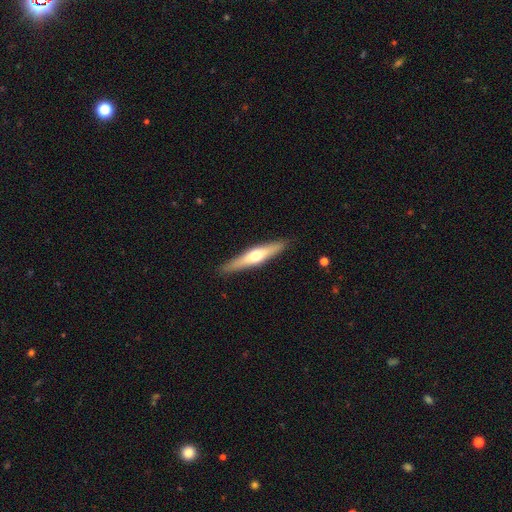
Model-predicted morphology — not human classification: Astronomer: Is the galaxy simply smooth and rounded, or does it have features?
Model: featured or disk — 57% (runner-up: smooth, 38%).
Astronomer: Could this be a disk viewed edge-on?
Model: yes — 93%.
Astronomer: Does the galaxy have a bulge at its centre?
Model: rounded — 92%.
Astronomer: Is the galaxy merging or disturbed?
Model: none — 90%.